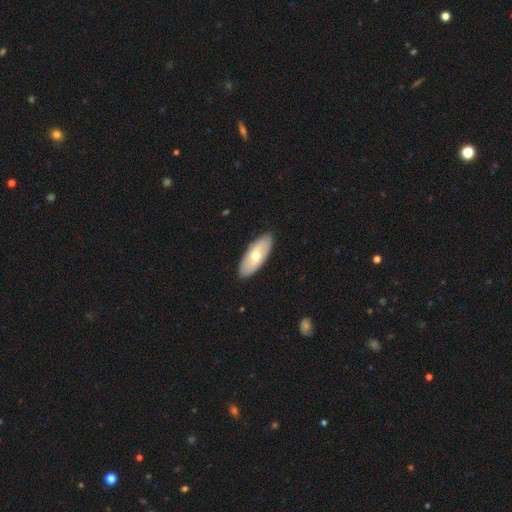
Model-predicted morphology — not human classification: A smooth galaxy with no disk features (60%) that is in between round and cigar-shaped (84%).

Vote fractions:
- Smooth or featured? smooth: 60% / featured or disk: 35% / star or artifact: 5%
- How rounded? in between: 84% / cigar-shaped: 14% / round: 2%
- Merging? none: 89% / minor disturbance: 8% / major disturbance: 2% / merger: 1%